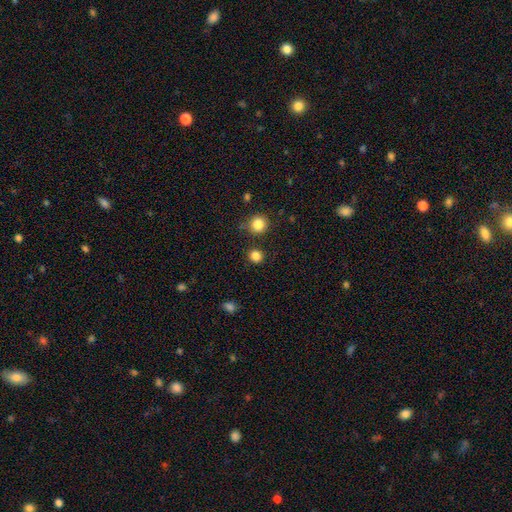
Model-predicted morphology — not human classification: Q: Smooth or featured?
A: smooth (83%); runner-up: star or artifact (13%)
Q: How rounded?
A: round (87%); runner-up: in between (12%)
Q: Merging?
A: none (85%); runner-up: minor disturbance (8%)